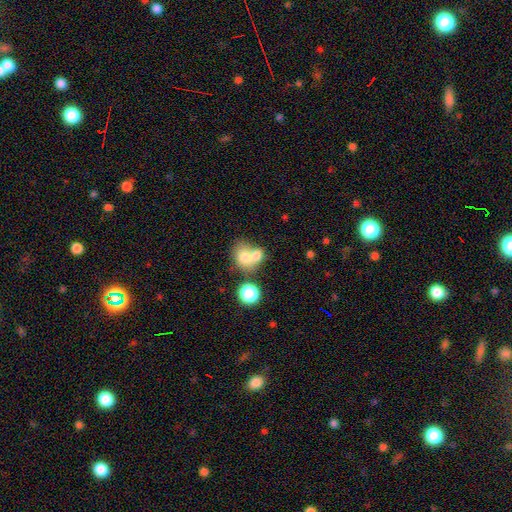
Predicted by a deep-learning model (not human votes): smooth_or_featured: smooth (p=0.71) [alt: featured or disk p=0.18]
how_rounded: round (p=0.57) [alt: in between p=0.42]
merging: merger (p=0.64) [alt: none p=0.24]